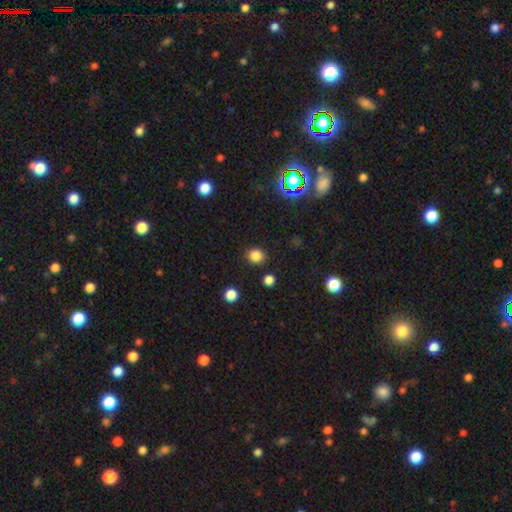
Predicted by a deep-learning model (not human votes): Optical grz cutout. It shows a smooth galaxy with no disk features (83%) that is round (75%). Merging: none (86%).